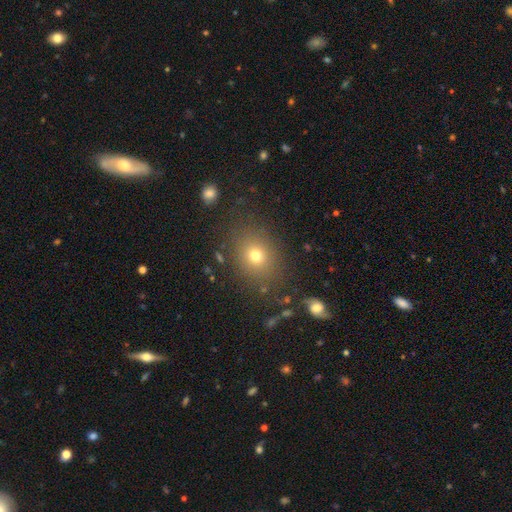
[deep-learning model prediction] Smooth or featured? Predicted: smooth (p=0.72). How rounded? Predicted: round (p=0.58). Merging? Predicted: none (p=0.82).